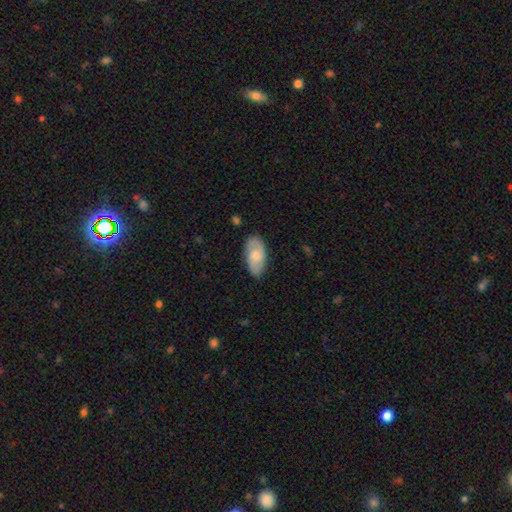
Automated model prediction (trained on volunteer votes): Smooth or featured: smooth — 61% (featured or disk — 33%)
How rounded: in between — 93% (cigar-shaped — 4%)
Merging: none — 80% (minor disturbance — 15%)